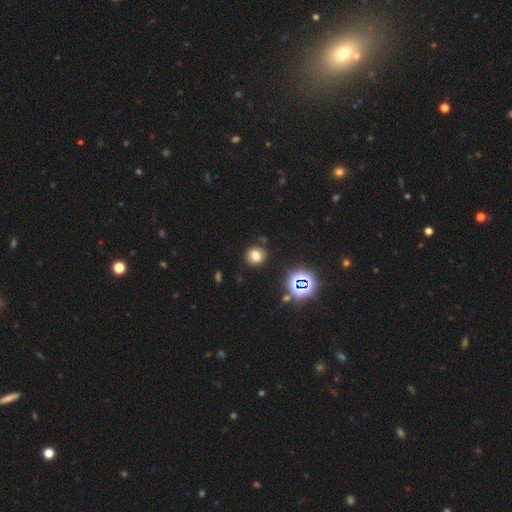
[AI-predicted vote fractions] Smooth or featured? smooth (72%)
How rounded? round (89%)
Merging? none (87%)